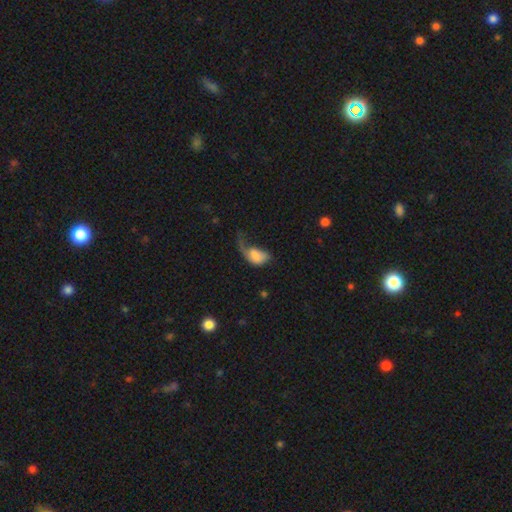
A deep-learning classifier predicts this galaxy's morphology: Smooth or featured? smooth (62%)
How rounded? in between (84%)
Merging? major disturbance (62%)